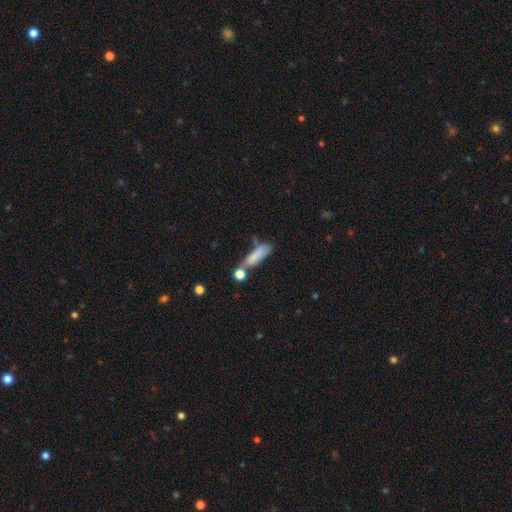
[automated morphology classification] Overall: smooth (78%). How rounded: cigar-shaped (62%; in between 34%). Merging: none (45%; merger 25%).